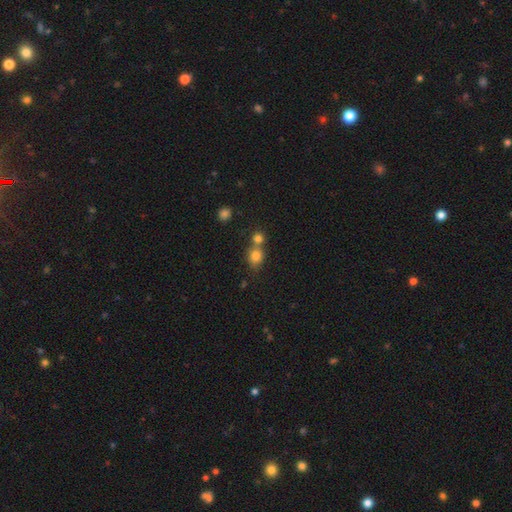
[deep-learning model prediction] Smooth or featured? Predicted: smooth (p=0.80). How rounded? Predicted: round (p=0.71). Merging? Predicted: none (p=0.46).